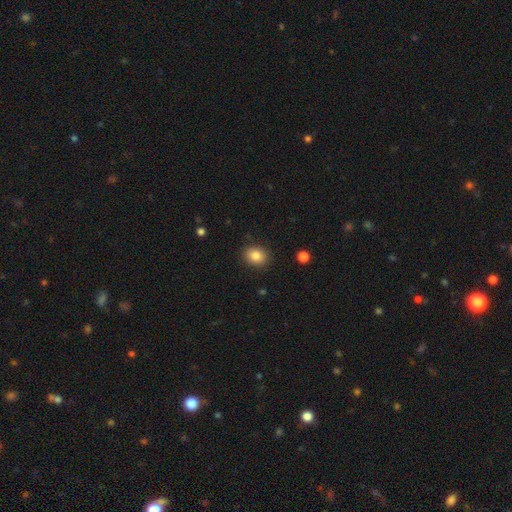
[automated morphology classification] Smooth or featured: smooth — 84% (star or artifact — 9%)
How rounded: round — 50% (in between — 49%)
Merging: none — 89% (minor disturbance — 8%)